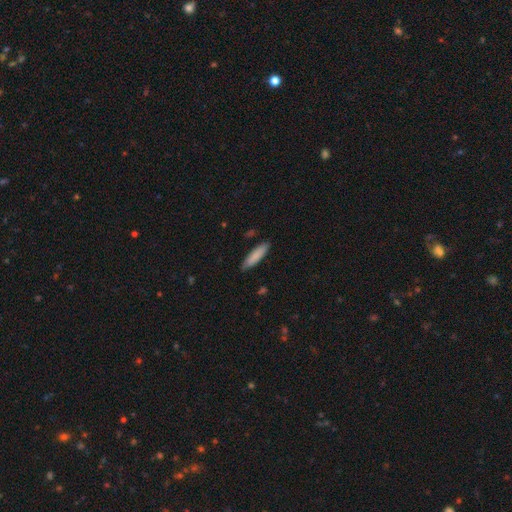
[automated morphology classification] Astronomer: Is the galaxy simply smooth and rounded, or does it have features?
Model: smooth — 85%.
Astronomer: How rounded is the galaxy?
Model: cigar-shaped — 77%.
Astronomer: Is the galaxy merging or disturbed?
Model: none — 87%.